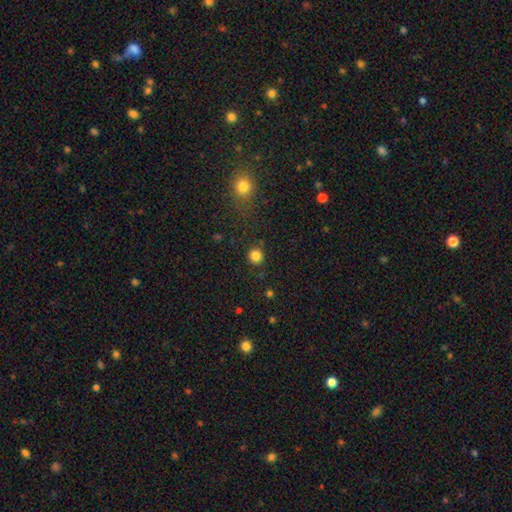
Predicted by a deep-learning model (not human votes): The model was most divided on "smooth or featured": smooth: 84%, star or artifact: 12%, featured or disk: 4%. More confident: how rounded — round (92%); merging — none (88%).